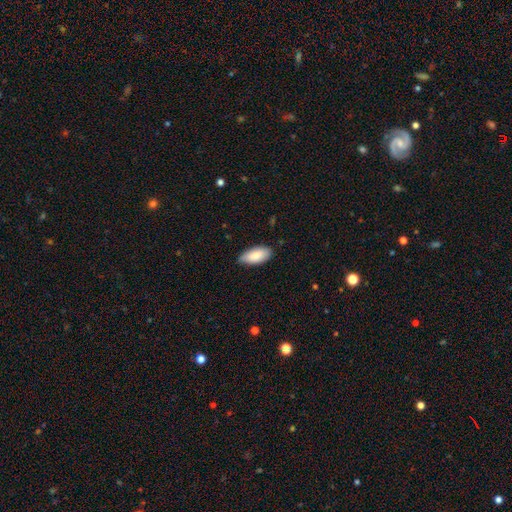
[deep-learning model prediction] Smooth or featured? smooth (86%)
How rounded? in between (91%)
Merging? none (80%)